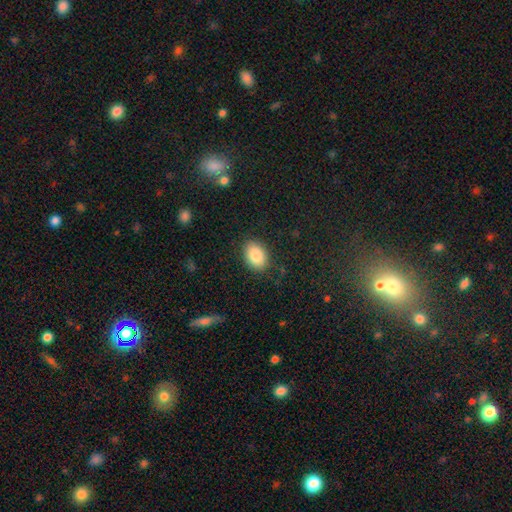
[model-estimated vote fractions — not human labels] The model was most divided on "how rounded": in between: 82%, round: 17%, cigar-shaped: 1%. More confident: smooth or featured — smooth (86%); merging — none (85%).